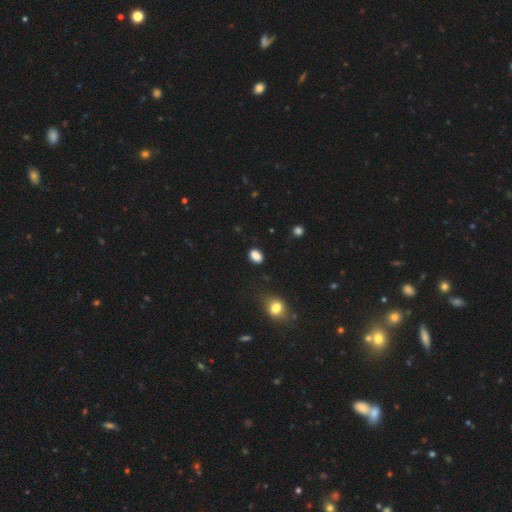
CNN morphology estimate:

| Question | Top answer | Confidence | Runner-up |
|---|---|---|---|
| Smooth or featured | smooth | 86% | star or artifact (10%) |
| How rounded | in between | 81% | round (18%) |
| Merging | none | 84% | minor disturbance (11%) |